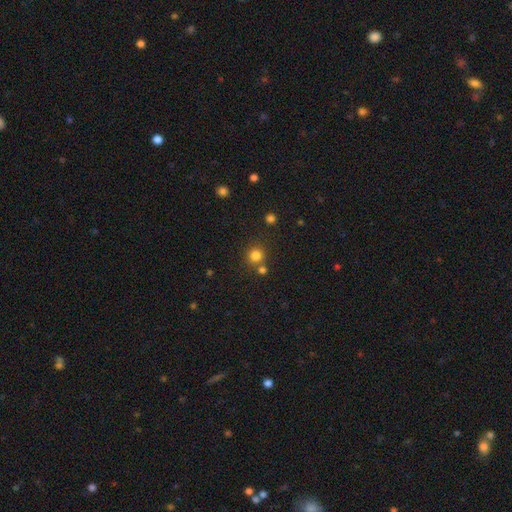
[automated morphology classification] This appears to be a smooth galaxy with no disk features (80%) that is round (93%). Merging: none (74%).